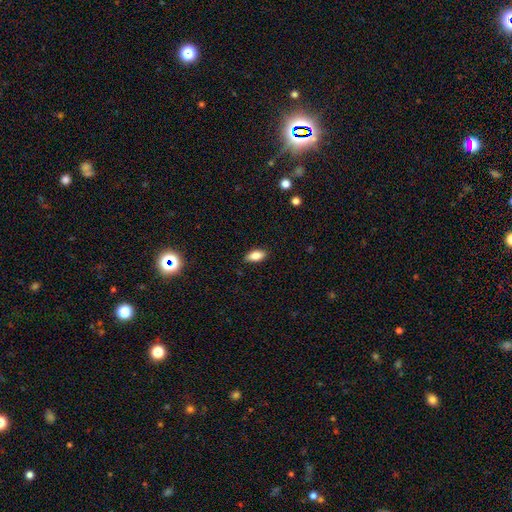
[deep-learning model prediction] A smooth galaxy with no disk features (82%) that is in between round and cigar-shaped (88%). Merging: none (86%).